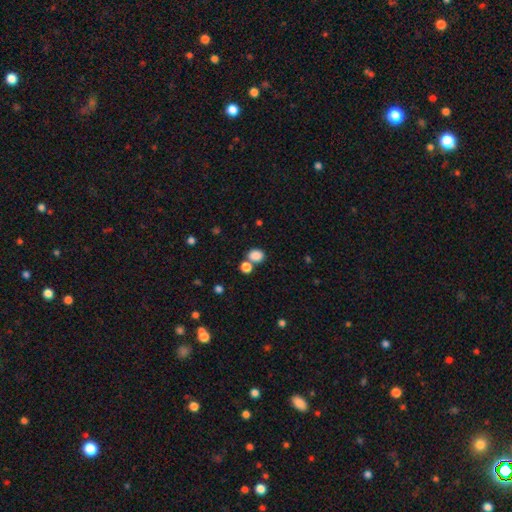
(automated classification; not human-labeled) smooth 85%, star or artifact 10%, featured or disk 5%. Down the decision tree: how rounded — round (54%); merging — none (60%).